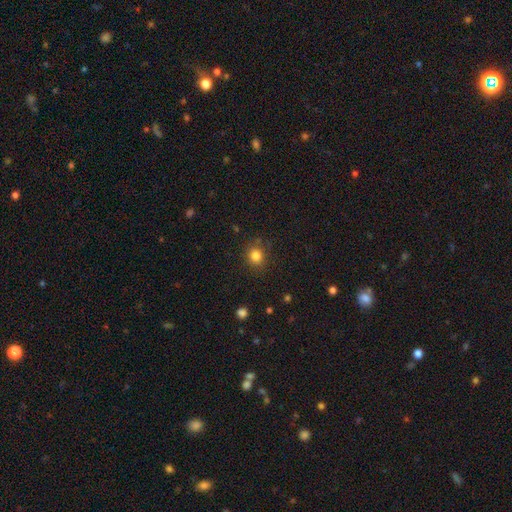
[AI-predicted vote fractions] smooth_or_featured: smooth (p=0.83) [alt: star or artifact p=0.12]
how_rounded: round (p=0.82) [alt: in between p=0.17]
merging: none (p=0.85) [alt: minor disturbance p=0.10]